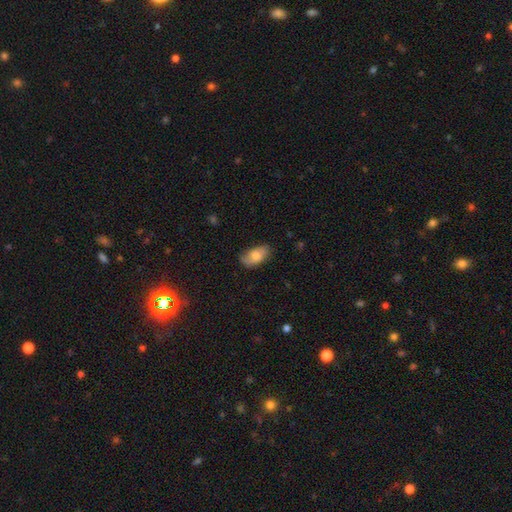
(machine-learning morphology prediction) This is likely a smooth galaxy (75%). How rounded: clearly in between (93%). Merging: likely none (70%).